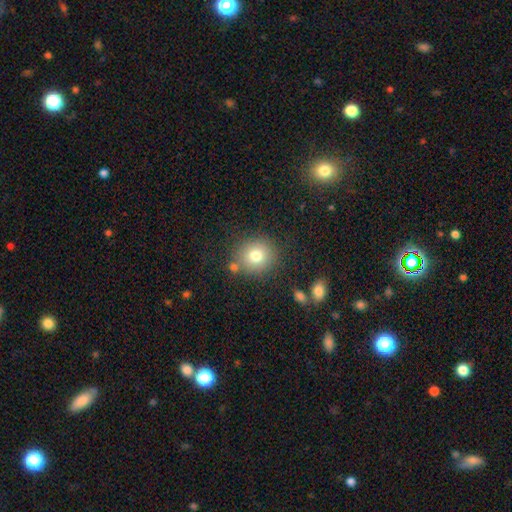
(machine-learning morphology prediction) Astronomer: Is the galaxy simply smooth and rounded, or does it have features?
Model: smooth — 77%.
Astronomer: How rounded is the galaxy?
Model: round — 87%.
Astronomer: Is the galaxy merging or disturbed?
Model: none — 79%.